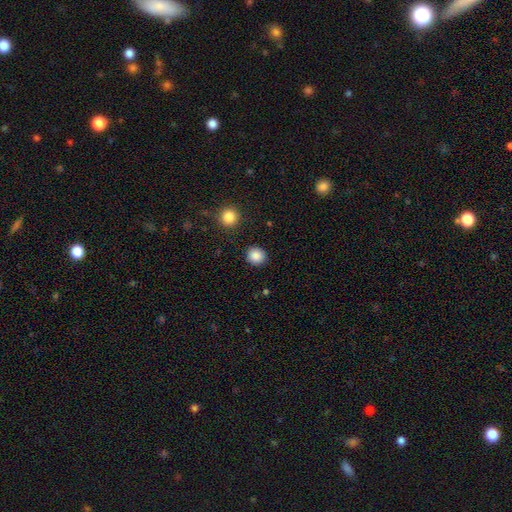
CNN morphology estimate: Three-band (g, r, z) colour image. It shows a smooth galaxy with no disk features (87%) that is round (91%). Merging: none (90%).